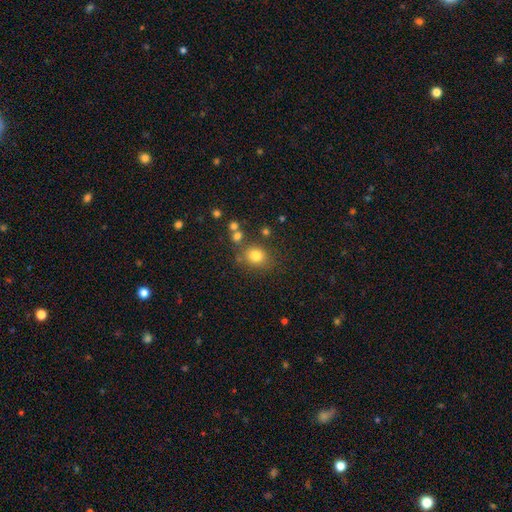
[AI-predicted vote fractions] This is likely a smooth galaxy (78%). How rounded: likely round (66%). Merging: likely none (72%).